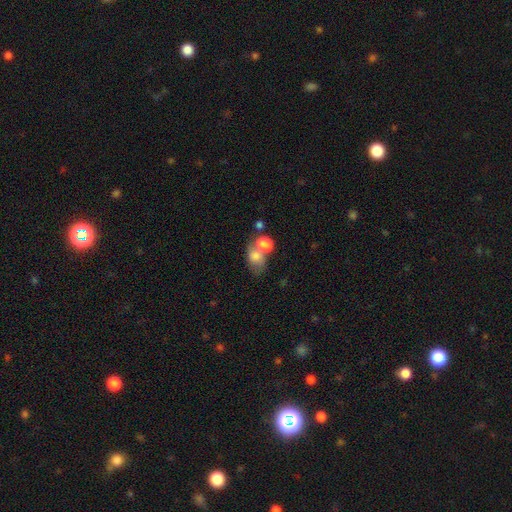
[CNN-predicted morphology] A smooth galaxy with no disk features (73%) that is in between round and cigar-shaped (68%). Merging: merger (56%).